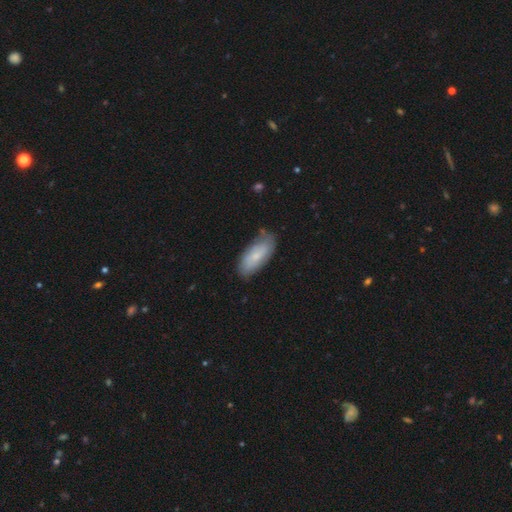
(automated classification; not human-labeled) Morphology: type=smooth (65%); roundness=in between (85%); merging=none (66%).